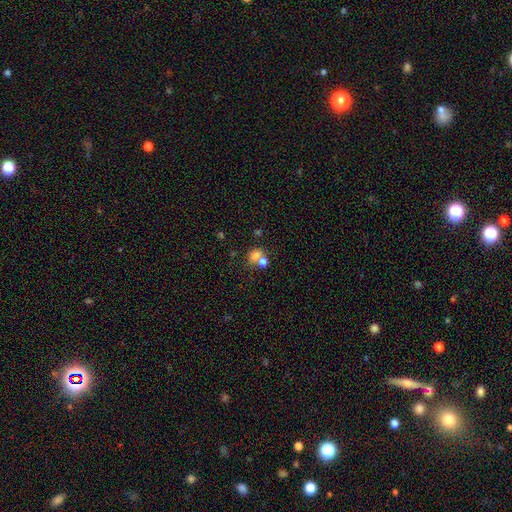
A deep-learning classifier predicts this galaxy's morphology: The model was most divided on "how rounded": in between: 52%, round: 46%, cigar-shaped: 1%. Remaining: smooth or featured — smooth (72%); merging — merger (44%).